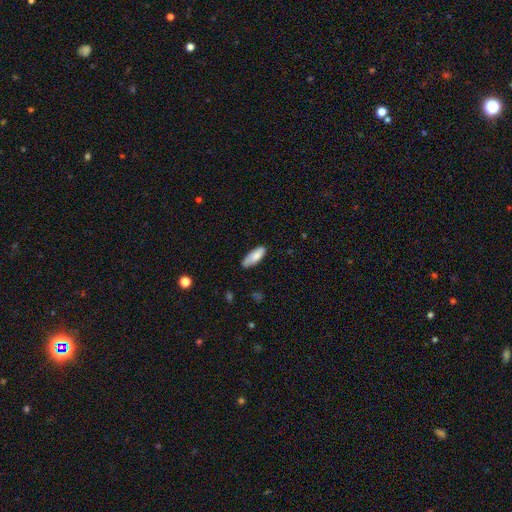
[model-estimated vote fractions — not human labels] This appears to be a smooth galaxy with no disk features (81%) that is in between round and cigar-shaped (71%). Merging: none (74%).